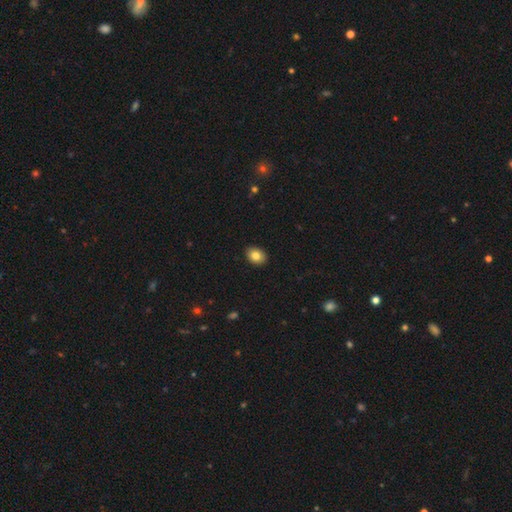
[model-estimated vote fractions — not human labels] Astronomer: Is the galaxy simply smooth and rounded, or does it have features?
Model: smooth — 83%.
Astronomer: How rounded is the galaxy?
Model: in between — 65%.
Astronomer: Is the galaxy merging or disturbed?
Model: none — 90%.